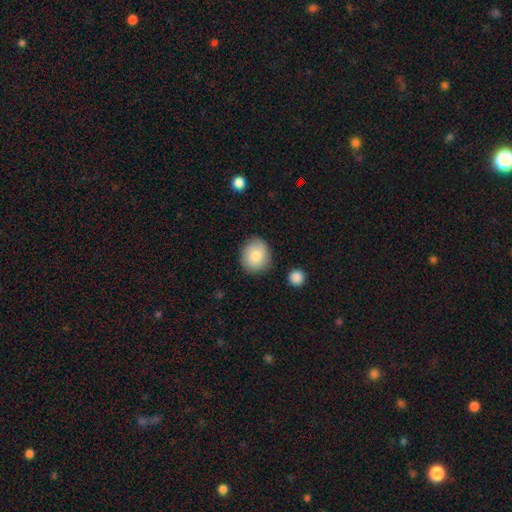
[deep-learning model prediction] Smooth or featured? Predicted: smooth (p=0.83). How rounded? Predicted: round (p=0.74). Merging? Predicted: none (p=0.84).